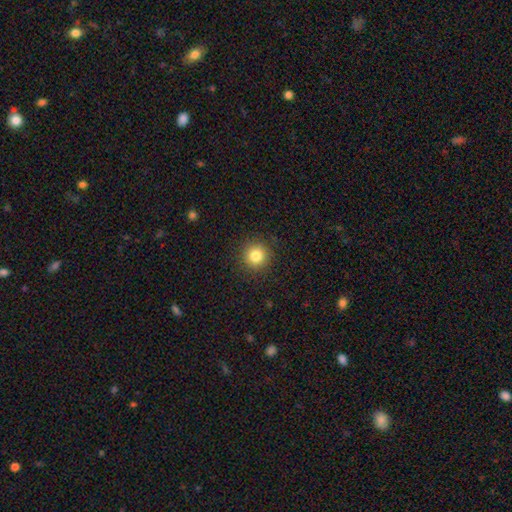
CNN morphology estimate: smooth-or-featured: smooth: 82% | star or artifact: 12% | featured or disk: 6%
  how-rounded: round: 95% | in between: 4% | cigar-shaped: 1%
  merging: none: 91% | minor disturbance: 6% | major disturbance: 2% | merger: 1%